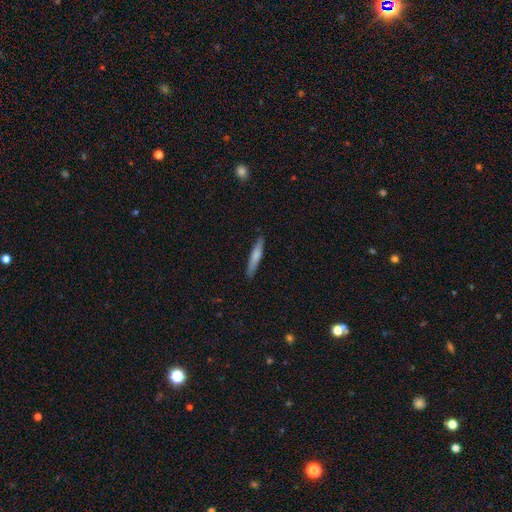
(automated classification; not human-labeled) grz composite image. It shows a smooth galaxy with no disk features (70%) that is cigar-shaped (93%). Merging: none (88%).